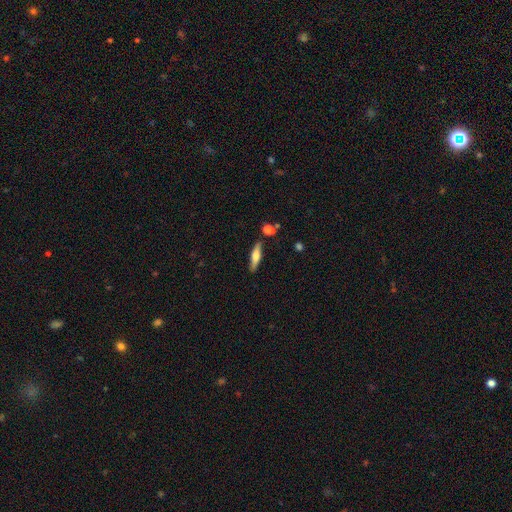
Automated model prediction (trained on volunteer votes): Smooth or featured? Predicted: smooth (p=0.49). Merging? Predicted: none (p=0.80).